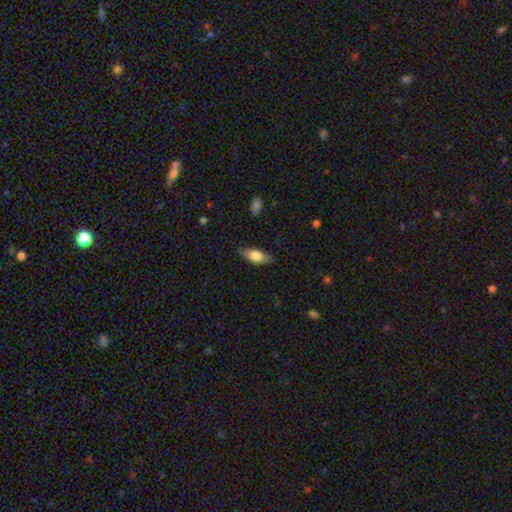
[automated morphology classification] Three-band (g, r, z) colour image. It shows a smooth galaxy with no disk features (74%) that is in between round and cigar-shaped (82%). Merging: none (84%).